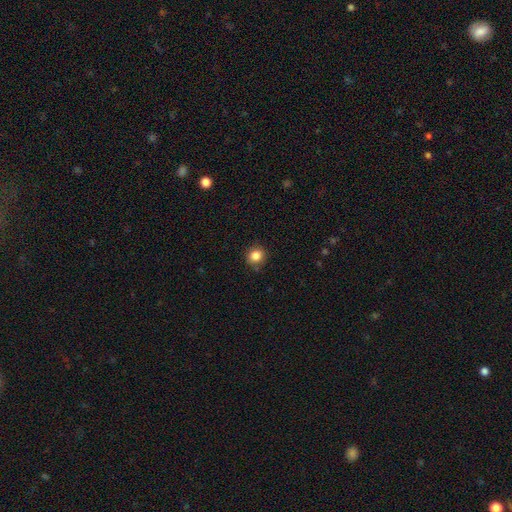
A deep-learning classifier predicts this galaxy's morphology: A smooth galaxy with no disk features (85%) that is round (85%). Merging: none (85%).